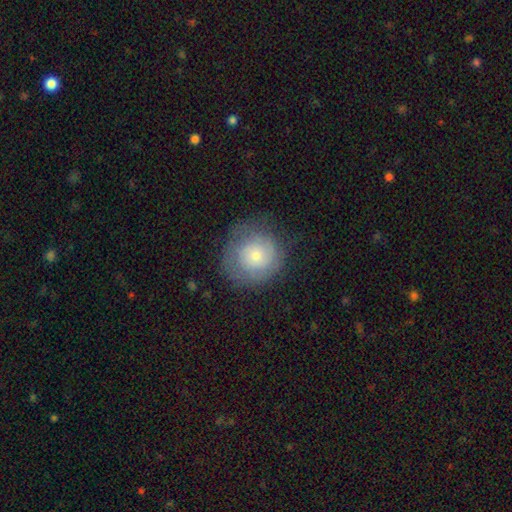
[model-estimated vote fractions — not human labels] This is possibly a smooth galaxy (50%). Merging: likely none (71%).